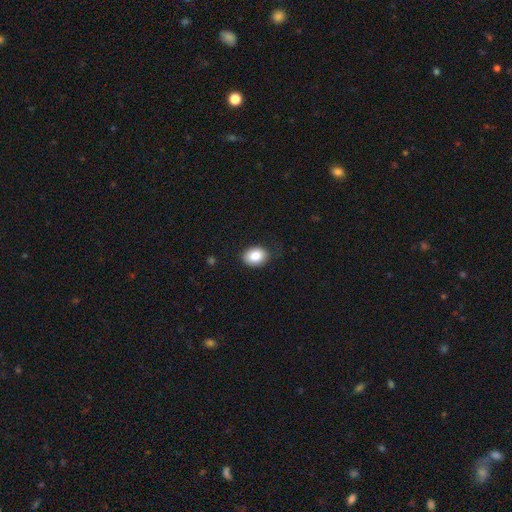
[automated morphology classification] Overall: smooth (84%). How rounded: in between (63%; round 36%). Merging: none (82%).